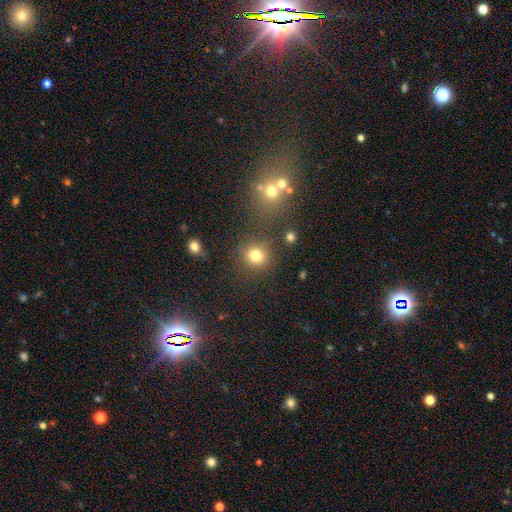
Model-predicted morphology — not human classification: smooth-or-featured: smooth: 78% | star or artifact: 16% | featured or disk: 6%
  how-rounded: round: 90% | in between: 9% | cigar-shaped: 1%
  merging: none: 80% | minor disturbance: 9% | merger: 6% | major disturbance: 4%